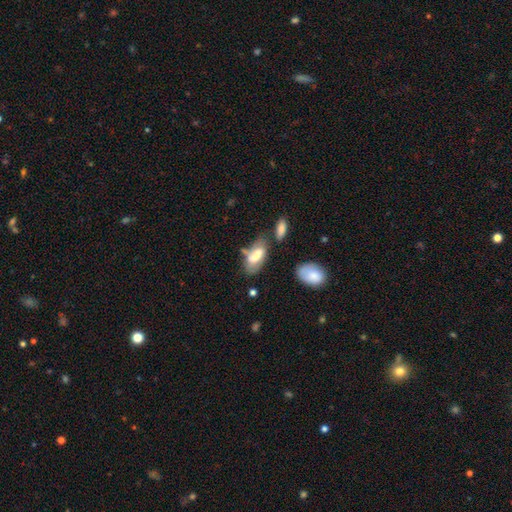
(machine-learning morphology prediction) smooth_or_featured: smooth (p=0.64) [alt: featured or disk p=0.28]
how_rounded: in between (p=0.84) [alt: cigar-shaped p=0.14]
merging: none (p=0.38) [alt: minor disturbance p=0.26]